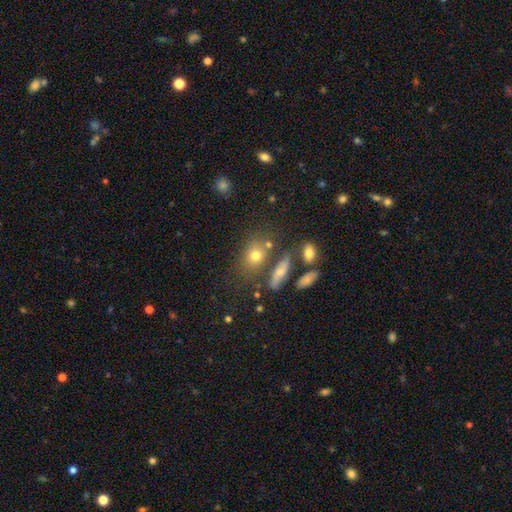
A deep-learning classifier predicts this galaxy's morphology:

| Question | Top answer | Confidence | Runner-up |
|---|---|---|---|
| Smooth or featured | smooth | 73% | featured or disk (14%) |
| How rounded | in between | 52% | round (45%) |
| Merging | none | 62% | merger (17%) |